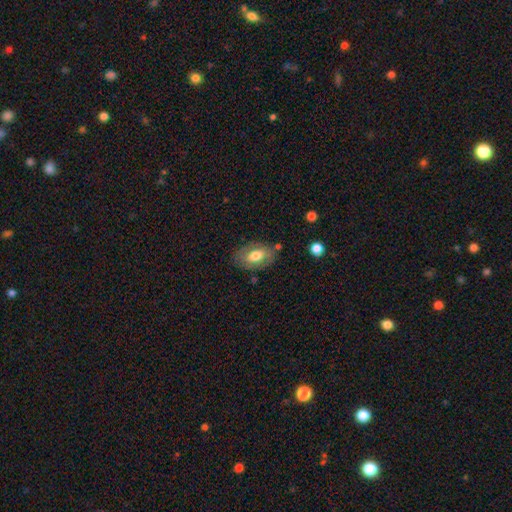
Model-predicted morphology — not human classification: Smooth or featured? smooth (60%)
How rounded? in between (90%)
Merging? none (74%)